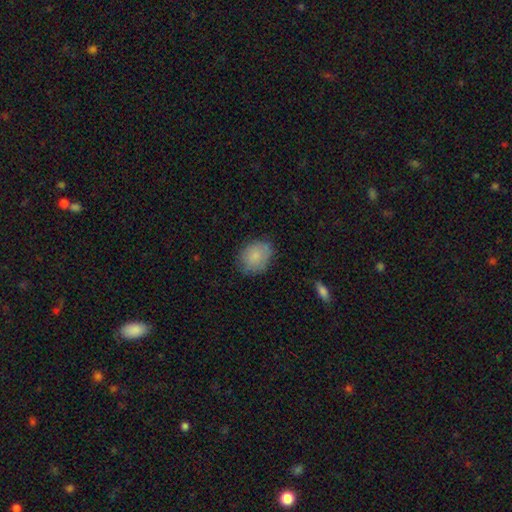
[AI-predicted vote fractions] Smooth or featured? smooth (83%)
How rounded? in between (57%)
Merging? none (72%)